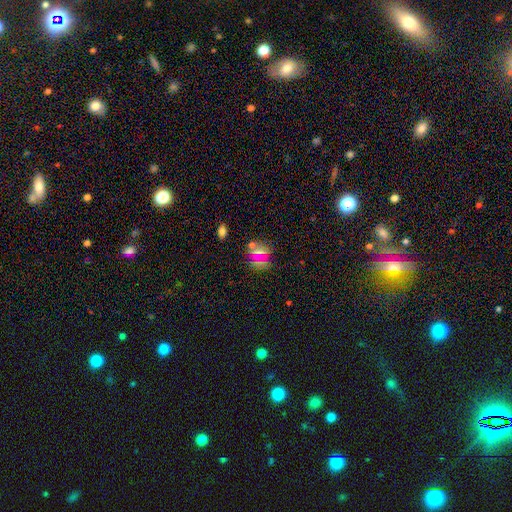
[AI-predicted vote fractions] Morphology: type=smooth (60%); roundness=round (73%); merging=none (77%).